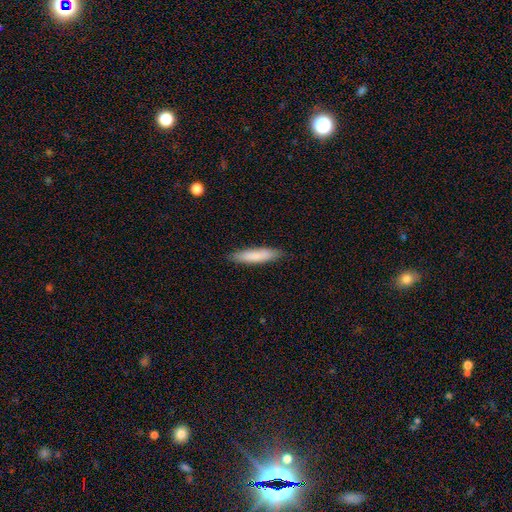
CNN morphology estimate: Q: Smooth or featured?
A: smooth (81%); runner-up: featured or disk (13%)
Q: How rounded?
A: cigar-shaped (85%); runner-up: in between (14%)
Q: Merging?
A: none (87%); runner-up: minor disturbance (11%)